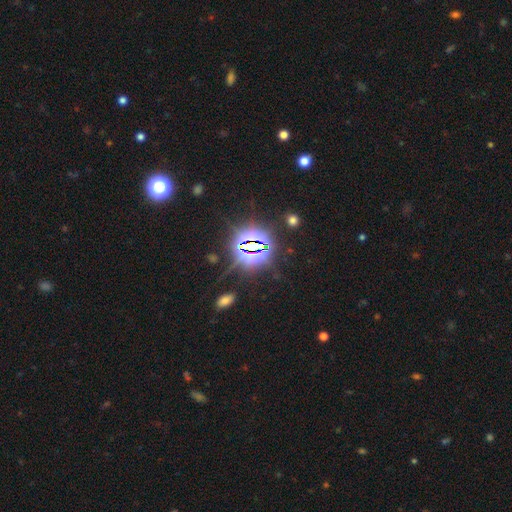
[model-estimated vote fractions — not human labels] smooth_or_featured: star or artifact (p=0.81) [alt: smooth p=0.11]